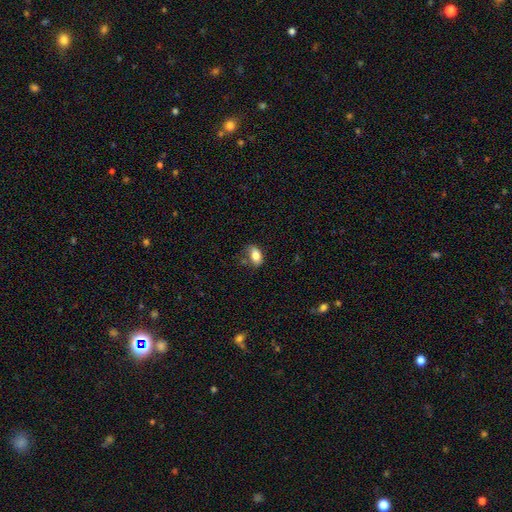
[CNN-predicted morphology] smooth_or_featured: smooth (p=0.80) [alt: featured or disk p=0.12]
how_rounded: in between (p=0.88) [alt: round p=0.10]
merging: none (p=0.54) [alt: minor disturbance p=0.30]